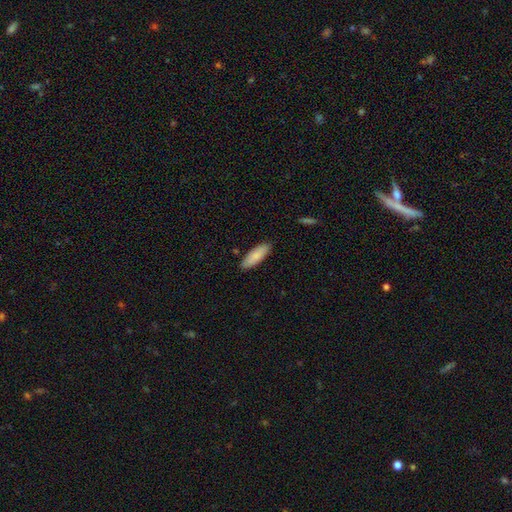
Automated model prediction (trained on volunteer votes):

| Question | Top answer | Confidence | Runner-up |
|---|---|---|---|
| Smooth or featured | smooth | 85% | featured or disk (10%) |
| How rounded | in between | 62% | cigar-shaped (36%) |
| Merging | none | 87% | minor disturbance (10%) |